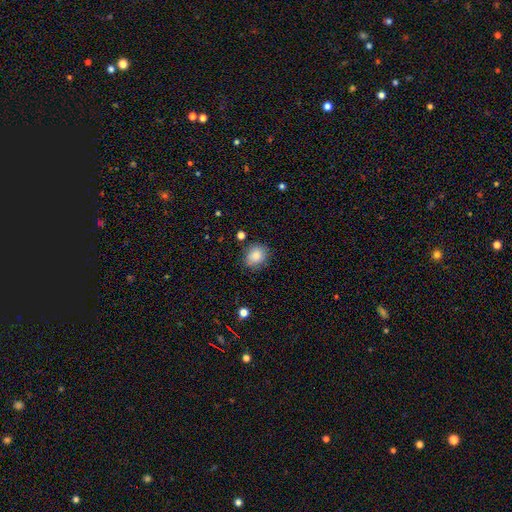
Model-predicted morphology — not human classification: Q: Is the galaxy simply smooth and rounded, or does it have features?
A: smooth — 84%.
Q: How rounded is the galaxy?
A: round — 69%.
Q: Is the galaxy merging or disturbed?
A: none — 80%.